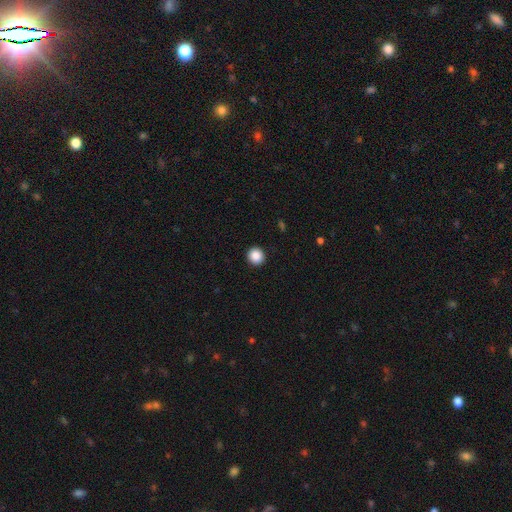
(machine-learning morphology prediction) type=smooth (88%); roundness=round (92%); merging=none (93%).